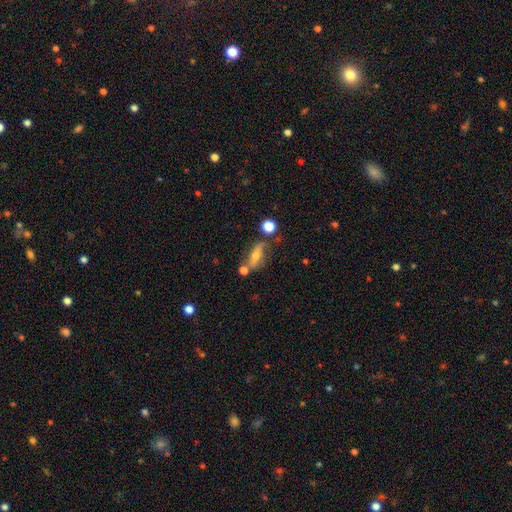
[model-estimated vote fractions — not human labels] Smooth or featured? featured or disk (47%)
Merging? none (58%)